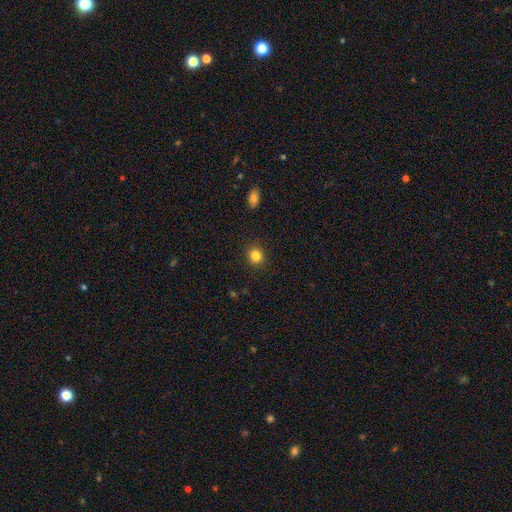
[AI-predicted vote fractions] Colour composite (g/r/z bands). It shows a smooth galaxy with no disk features (84%) that is round (82%). Merging: none (90%).